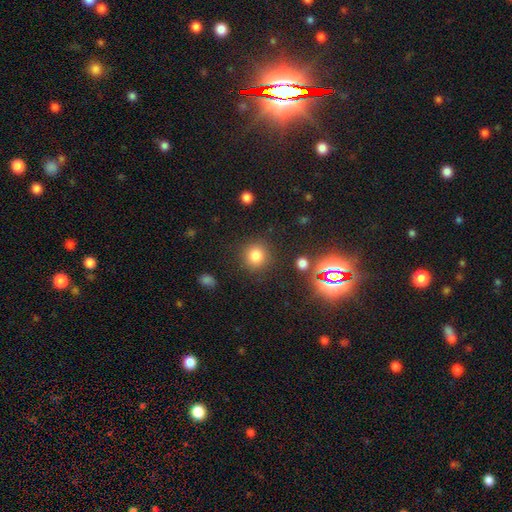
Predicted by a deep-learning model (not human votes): The model was most divided on "smooth or featured": smooth: 79%, star or artifact: 15%, featured or disk: 6%. More confident: how rounded — round (89%); merging — none (86%).